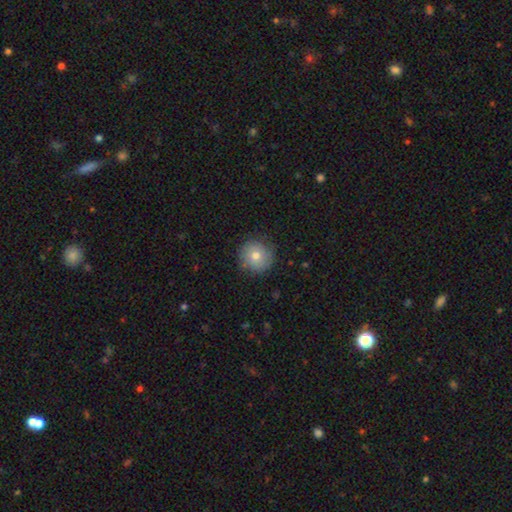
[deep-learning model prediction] Overall: smooth (72%). How rounded: round (93%). Merging: none (82%).